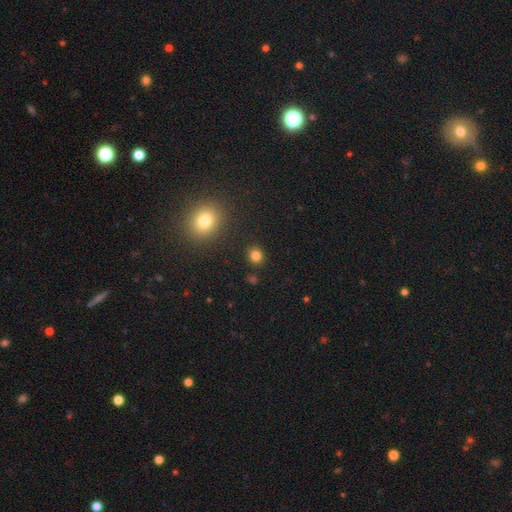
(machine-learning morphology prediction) This is clearly a smooth galaxy (81%). How rounded: clearly round (81%). Merging: clearly none (88%).